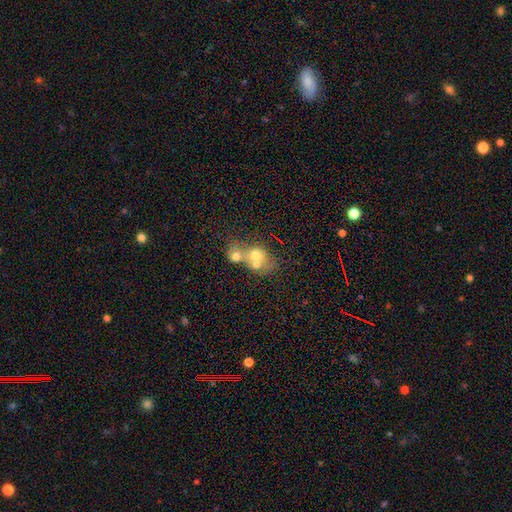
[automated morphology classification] This appears to be a smooth galaxy with no disk features (59%) that is round (62%). Merging: merger (69%).